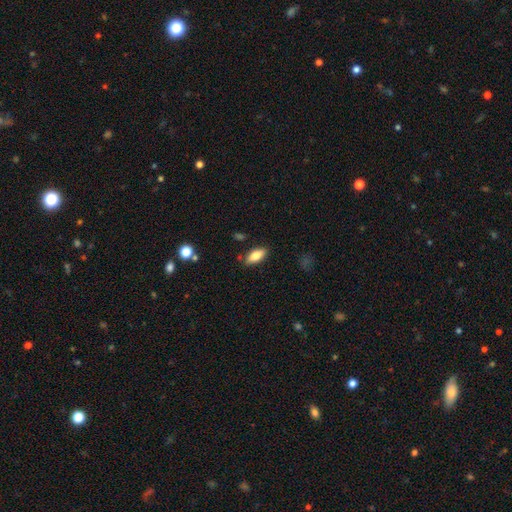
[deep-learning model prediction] This appears to be a smooth galaxy with no disk features (81%) that is in between round and cigar-shaped (83%). Merging: none (85%).